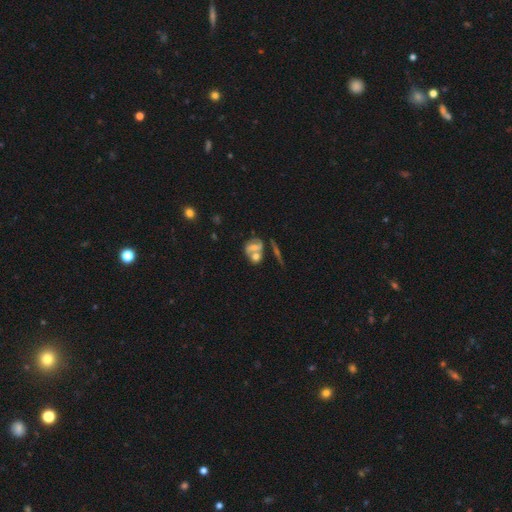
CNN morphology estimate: Smooth or featured? Predicted: featured or disk (p=0.52). Edge-on disk? Predicted: no (p=0.87). Merging? Predicted: merger (p=0.40).